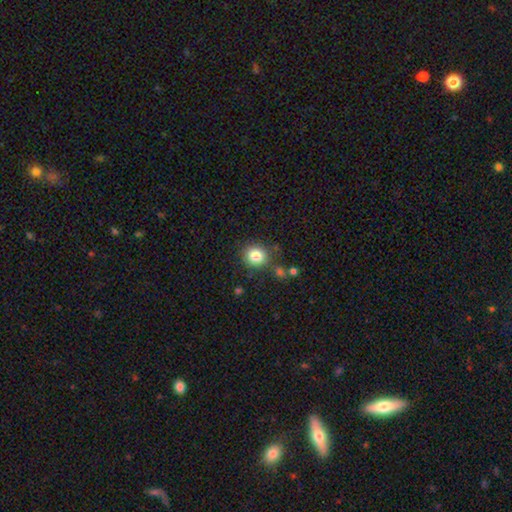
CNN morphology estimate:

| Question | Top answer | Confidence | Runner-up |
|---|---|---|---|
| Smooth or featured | smooth | 82% | star or artifact (11%) |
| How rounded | round | 86% | in between (13%) |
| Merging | none | 79% | minor disturbance (11%) |